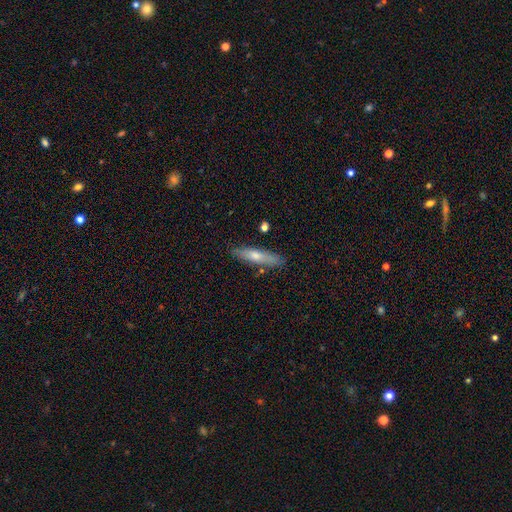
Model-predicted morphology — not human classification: type=smooth (60%); roundness=cigar-shaped (76%); merging=none (83%).